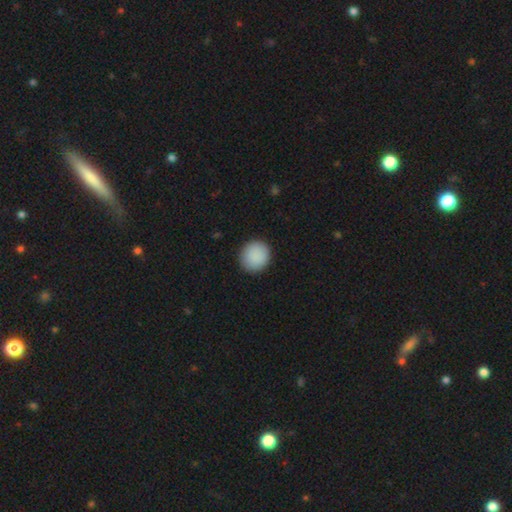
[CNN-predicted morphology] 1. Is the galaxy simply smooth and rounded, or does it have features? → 90% smooth, 7% star or artifact, 3% featured or disk.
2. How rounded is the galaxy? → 90% round, 9% in between, 1% cigar-shaped.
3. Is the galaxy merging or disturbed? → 91% none, 7% minor disturbance, 2% major disturbance, 1% merger.